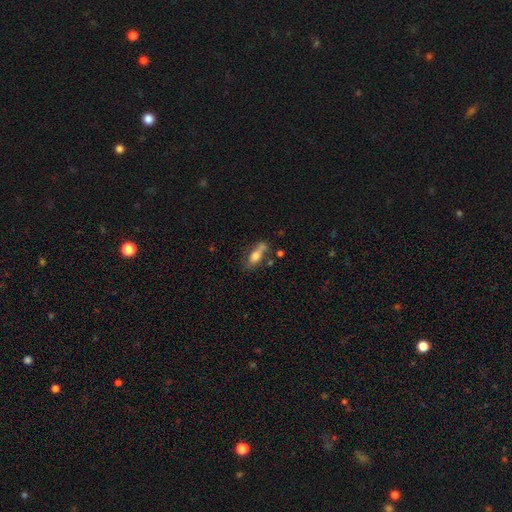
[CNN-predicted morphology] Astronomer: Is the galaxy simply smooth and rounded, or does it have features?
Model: smooth — 63%.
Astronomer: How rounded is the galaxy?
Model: in between — 68%.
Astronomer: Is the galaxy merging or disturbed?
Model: none — 44% (runner-up: minor disturbance, 24%).